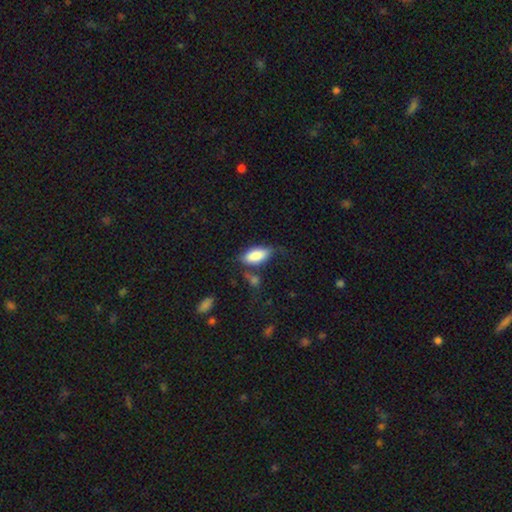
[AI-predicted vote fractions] This appears to be a smooth galaxy with no disk features (84%) that is in between round and cigar-shaped (89%). Merging: none (50%).